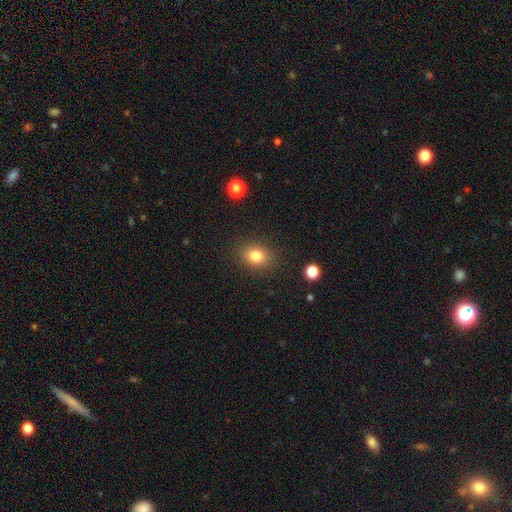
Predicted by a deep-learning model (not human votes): Smooth or featured?
  - smooth: 81% *
  - star or artifact: 11%
  - featured or disk: 7%
How rounded?
  - round: 55% *
  - in between: 44%
  - cigar-shaped: 1%
Merging?
  - none: 86% *
  - minor disturbance: 9%
  - major disturbance: 3%
  - merger: 1%